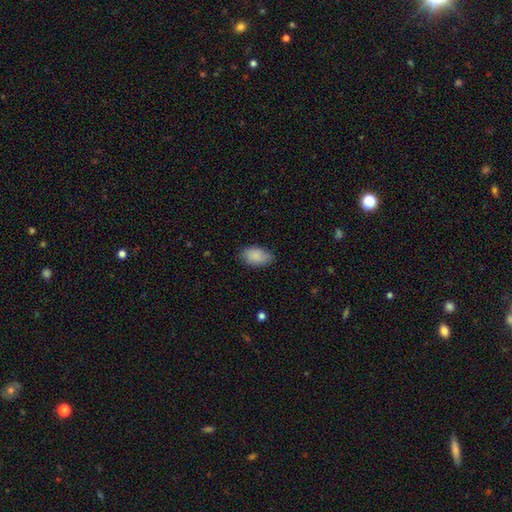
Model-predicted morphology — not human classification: This appears to be a smooth galaxy with no disk features (87%) that is in between round and cigar-shaped (92%). Merging: none (78%).